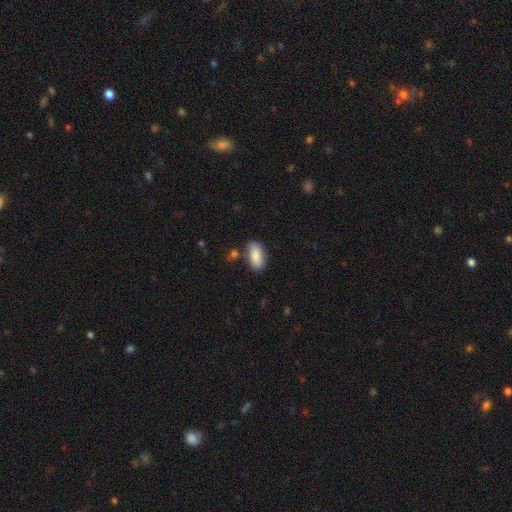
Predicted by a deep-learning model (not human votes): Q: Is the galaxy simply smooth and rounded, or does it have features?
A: smooth — 84%.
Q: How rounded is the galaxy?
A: in between — 87%.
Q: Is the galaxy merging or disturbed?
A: none — 77%.